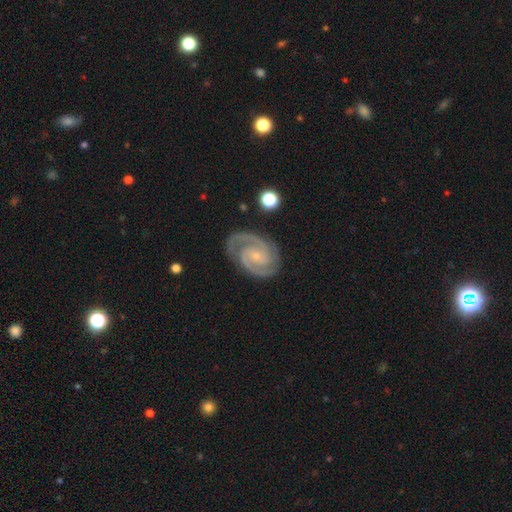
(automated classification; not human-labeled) This appears to be a featured or disk galaxy (93%) with no bar (54%), 2 (90%) tight (58%) spiral arms (99%) and a small central bulge (76%). Merging: none (82%).